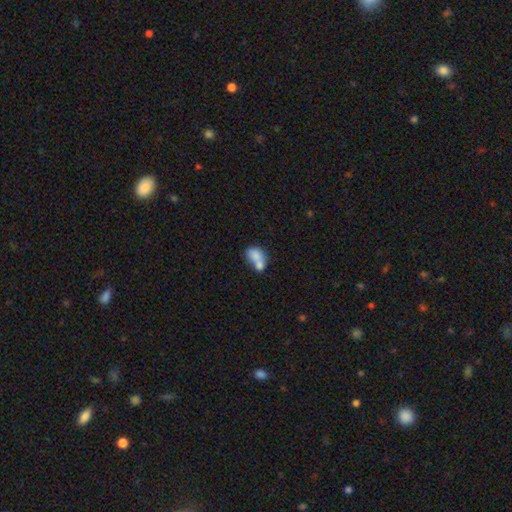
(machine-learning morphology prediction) smooth-or-featured: smooth: 76% | featured or disk: 15% | star or artifact: 9%
  how-rounded: in between: 72% | round: 26% | cigar-shaped: 1%
  merging: merger: 62% | none: 23% | minor disturbance: 10% | major disturbance: 6%